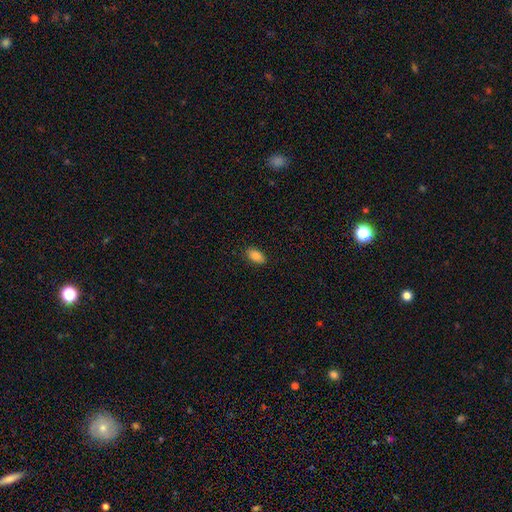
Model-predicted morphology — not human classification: Smooth or featured? smooth (87%)
How rounded? in between (92%)
Merging? none (88%)